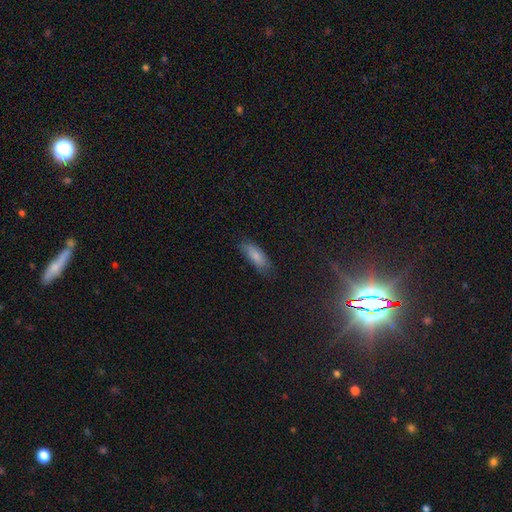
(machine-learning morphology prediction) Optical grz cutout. It shows a smooth galaxy with no disk features (82%) that is in between round and cigar-shaped (67%). Merging: none (74%).